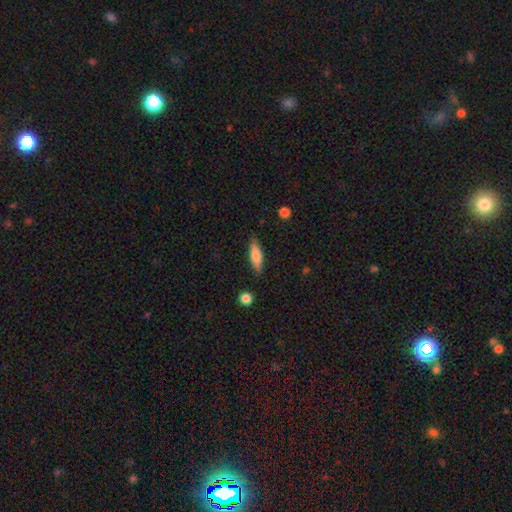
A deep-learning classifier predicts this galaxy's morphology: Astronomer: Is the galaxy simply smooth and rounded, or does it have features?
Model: smooth — 69%.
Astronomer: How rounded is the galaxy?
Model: cigar-shaped — 57% (runner-up: in between, 41%).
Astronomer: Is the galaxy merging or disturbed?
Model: none — 84%.